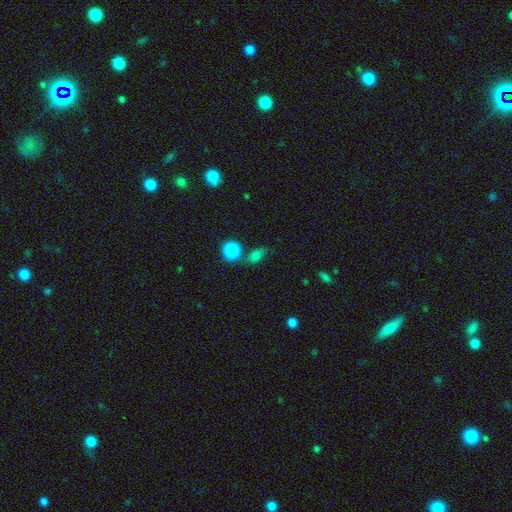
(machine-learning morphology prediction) Smooth or featured: smooth — 68% (star or artifact — 20%)
How rounded: in between — 61% (round — 34%)
Merging: none — 59% (minor disturbance — 20%)